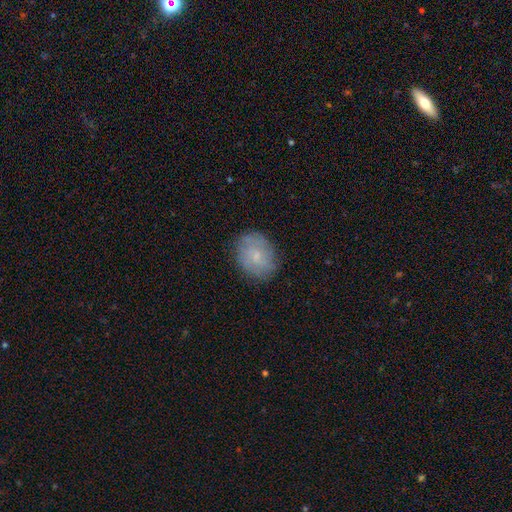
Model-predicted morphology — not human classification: The model was most divided on "how rounded": in between: 59%, round: 40%, cigar-shaped: 1%. More confident: merging — none (79%); smooth or featured — smooth (61%).